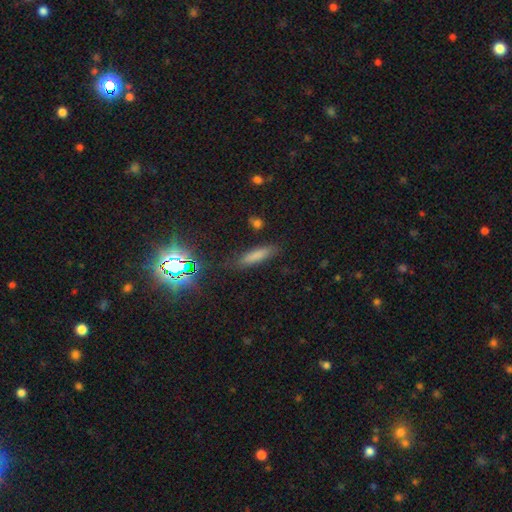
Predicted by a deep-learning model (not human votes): This appears to be a smooth galaxy with no disk features (72%) that is cigar-shaped (74%). Merging: none (82%).